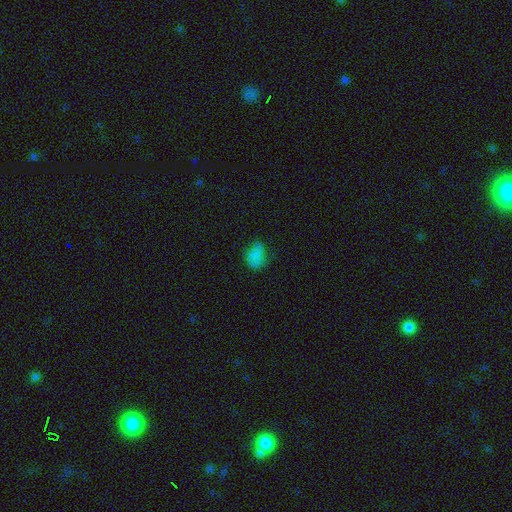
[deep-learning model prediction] Q: Smooth or featured?
A: smooth (77%); runner-up: star or artifact (15%)
Q: How rounded?
A: in between (80%); runner-up: round (18%)
Q: Merging?
A: none (55%); runner-up: minor disturbance (31%)